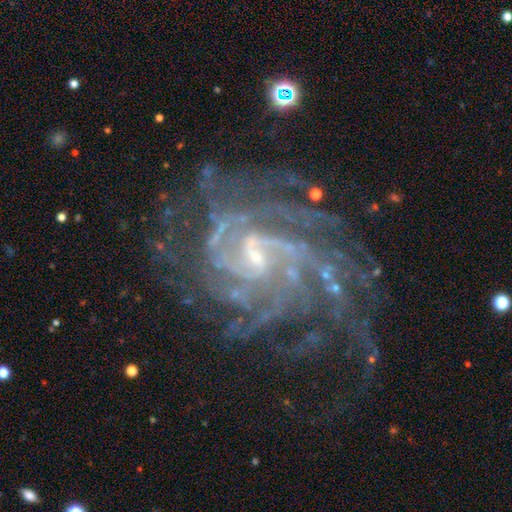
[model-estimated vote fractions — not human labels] Morphology: type=featured or disk (91%); edge-on=no (98%); bar=weak (51%); spiral arms=yes (98%); winding=tight (53%); arm count=4 (24%); bulge=small (72%); merging=none (65%).